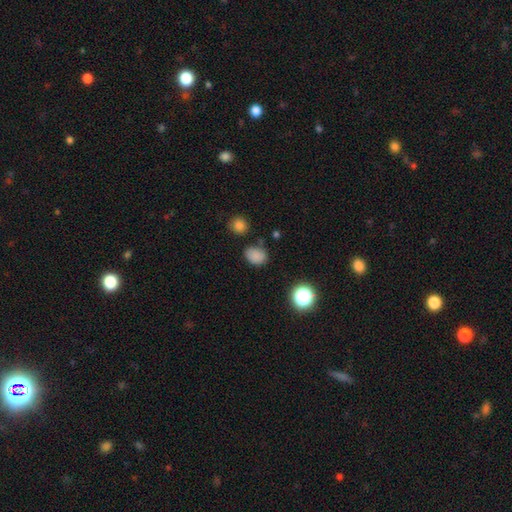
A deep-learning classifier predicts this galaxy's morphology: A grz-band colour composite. It shows a smooth galaxy with no disk features (80%) that is in between round and cigar-shaped (59%). Merging: none (68%).